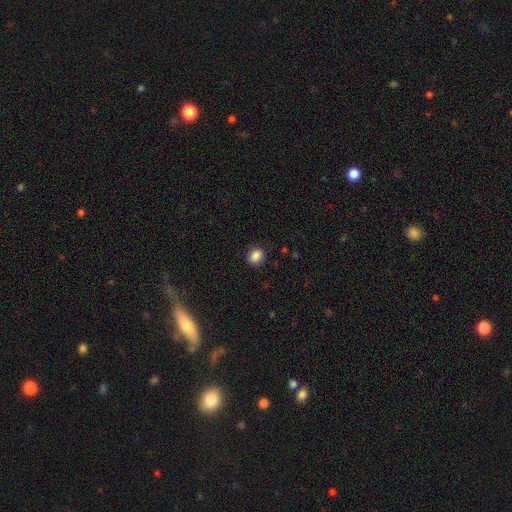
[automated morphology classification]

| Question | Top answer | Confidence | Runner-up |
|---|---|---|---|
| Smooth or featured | smooth | 87% | star or artifact (10%) |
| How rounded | round | 63% | in between (36%) |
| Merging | none | 89% | minor disturbance (8%) |